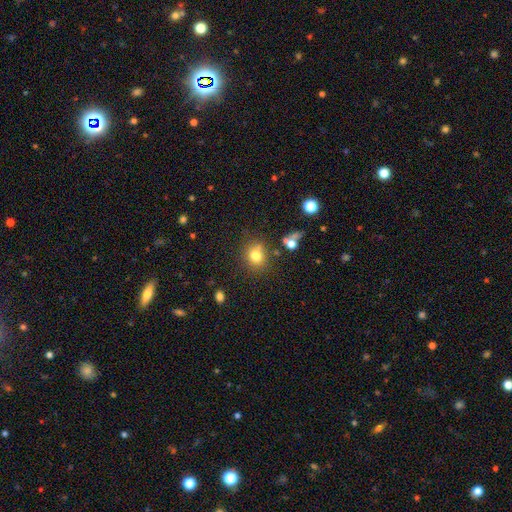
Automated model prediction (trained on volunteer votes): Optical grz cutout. It shows a smooth galaxy with no disk features (77%) that is round (70%). Merging: none (71%).